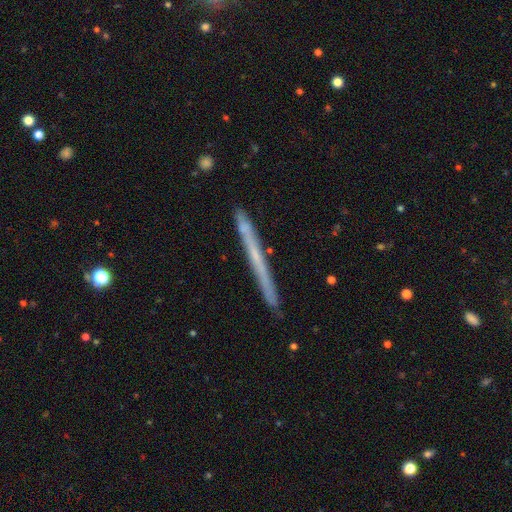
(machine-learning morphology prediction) smooth-or-featured: featured or disk: 54% | smooth: 39% | star or artifact: 7%
  disk-edge-on: yes: 96% | no: 4%
    edge-on-bulge: none: 89% | rounded: 9% | boxy: 3%
  merging: none: 89% | minor disturbance: 8% | merger: 1% | major disturbance: 1%